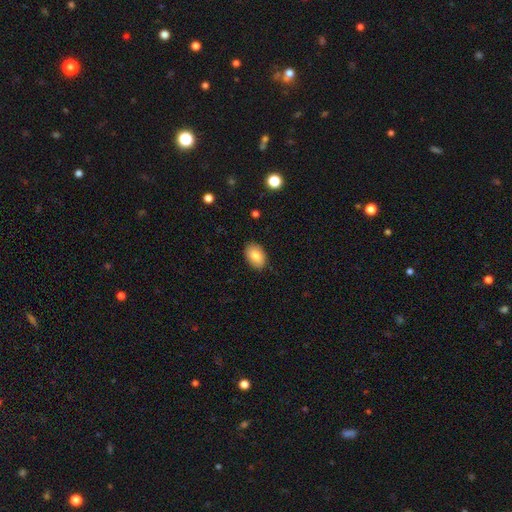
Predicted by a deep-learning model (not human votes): smooth-or-featured: smooth: 82% | featured or disk: 11% | star or artifact: 7%
  how-rounded: in between: 87% | round: 12% | cigar-shaped: 1%
  merging: none: 88% | minor disturbance: 9% | major disturbance: 2% | merger: 1%